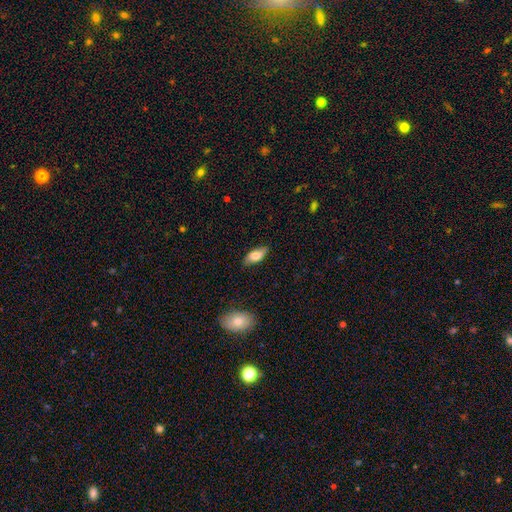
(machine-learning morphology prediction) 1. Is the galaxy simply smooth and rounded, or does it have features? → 74% smooth, 20% featured or disk, 6% star or artifact.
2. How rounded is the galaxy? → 83% in between, 14% cigar-shaped, 3% round.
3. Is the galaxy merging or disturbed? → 81% none, 15% minor disturbance, 3% major disturbance, 1% merger.